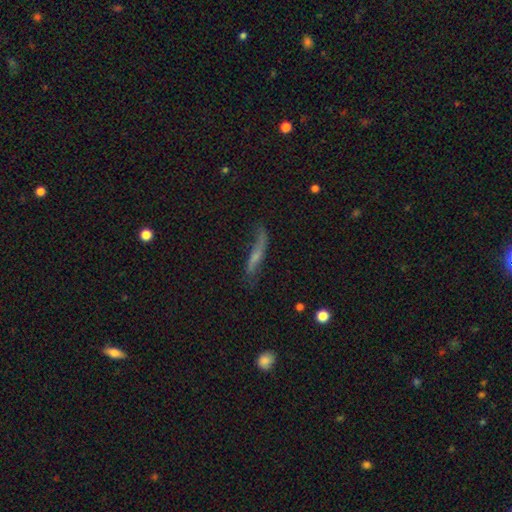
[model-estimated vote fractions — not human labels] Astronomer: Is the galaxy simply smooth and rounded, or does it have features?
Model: featured or disk — 48% (runner-up: smooth, 42%).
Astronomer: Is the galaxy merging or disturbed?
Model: none — 52% (runner-up: minor disturbance, 28%).